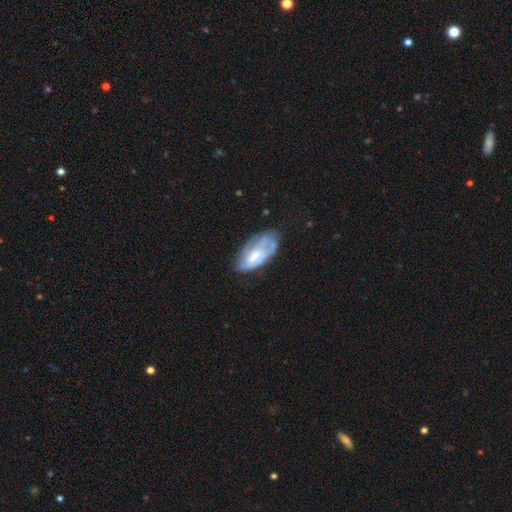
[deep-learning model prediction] smooth_or_featured: featured or disk (p=0.53) [alt: smooth p=0.40]
disk_edge_on: no (p=0.93) [alt: yes p=0.07]
merging: none (p=0.48) [alt: minor disturbance p=0.32]